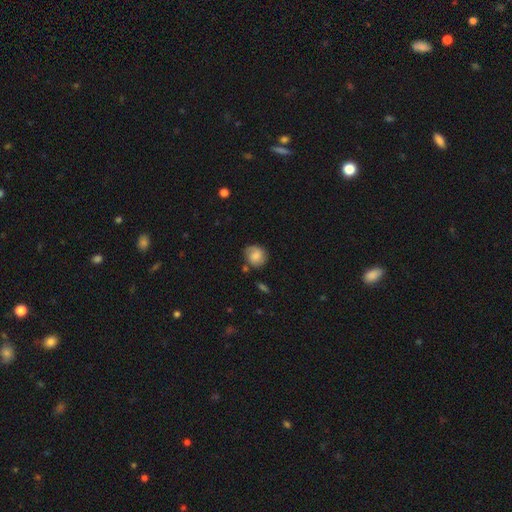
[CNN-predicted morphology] The model was most divided on "merging": none: 65%, minor disturbance: 23%, major disturbance: 7%, merger: 5%. More confident: how rounded — round (79%); smooth or featured — smooth (69%).